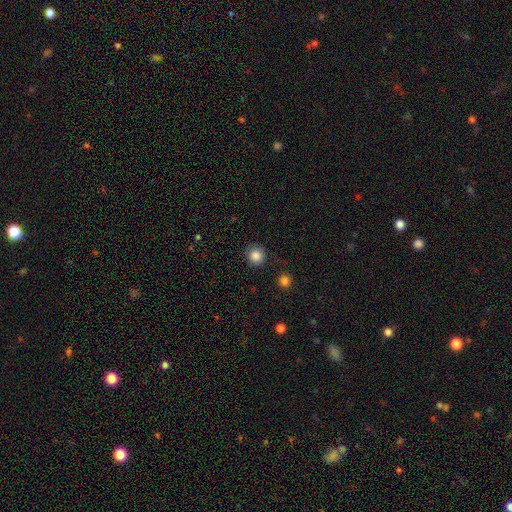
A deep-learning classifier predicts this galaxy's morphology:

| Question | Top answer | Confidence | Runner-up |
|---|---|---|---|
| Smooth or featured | smooth | 86% | star or artifact (11%) |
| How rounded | round | 93% | in between (6%) |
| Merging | none | 88% | minor disturbance (7%) |